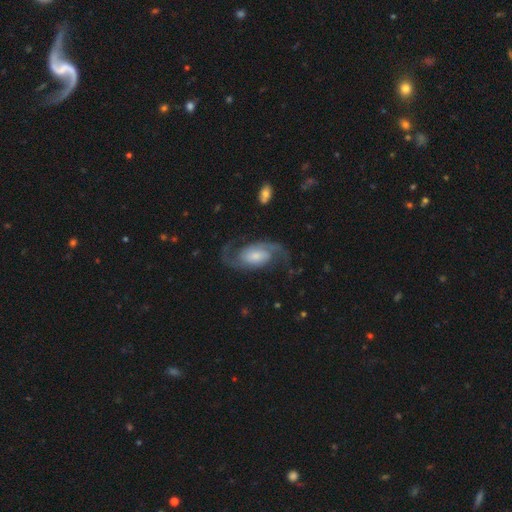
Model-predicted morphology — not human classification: Smooth or featured? Predicted: featured or disk (p=0.89). Edge-on disk? Predicted: no (p=0.97). Bar? Predicted: no (p=0.48). Spiral arms? Predicted: yes (p=0.98). Spiral winding? Predicted: medium (p=0.54). Spiral arm count? Predicted: 2 (p=0.93). Bulge size? Predicted: small (p=0.42). Merging? Predicted: none (p=0.75).